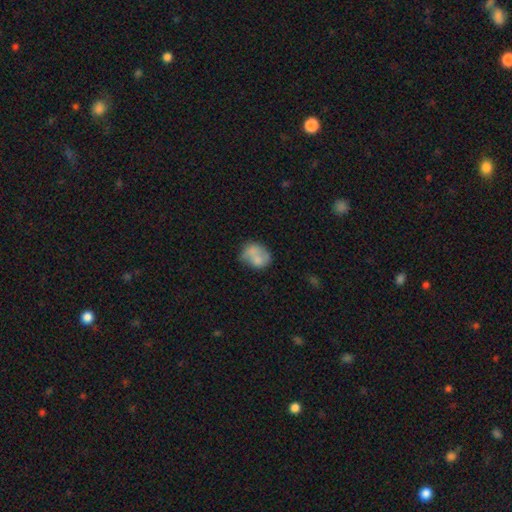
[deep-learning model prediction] Overall: smooth (67%). How rounded: in between (51%; round 48%). Merging: none (33%; merger 27%).